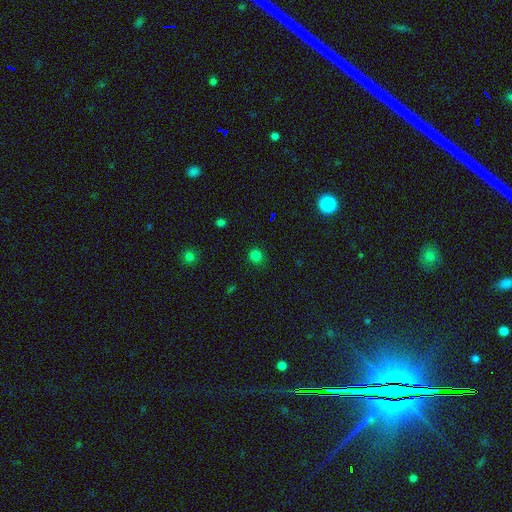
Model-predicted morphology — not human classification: smooth-or-featured: smooth: 80% | star or artifact: 16% | featured or disk: 4%
  how-rounded: round: 91% | in between: 8% | cigar-shaped: 1%
  merging: none: 89% | minor disturbance: 7% | major disturbance: 2% | merger: 1%